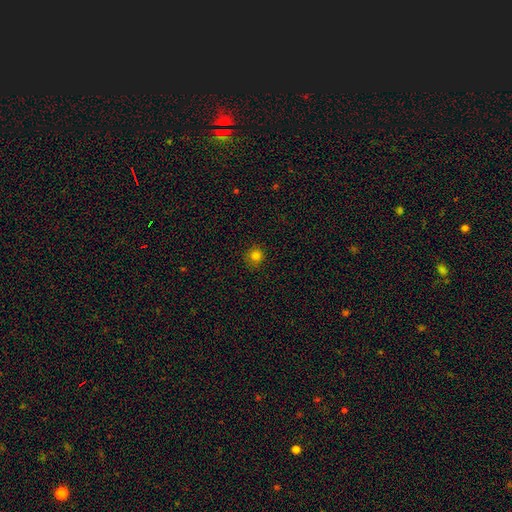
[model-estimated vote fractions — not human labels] Q: Smooth or featured?
A: smooth (80%); runner-up: star or artifact (15%)
Q: How rounded?
A: round (91%); runner-up: in between (8%)
Q: Merging?
A: none (88%); runner-up: minor disturbance (9%)